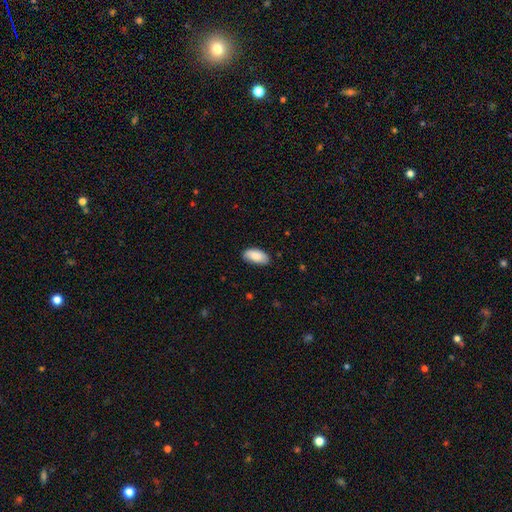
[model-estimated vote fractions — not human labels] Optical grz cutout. It shows a smooth galaxy with no disk features (87%) that is in between round and cigar-shaped (94%). Merging: none (82%).